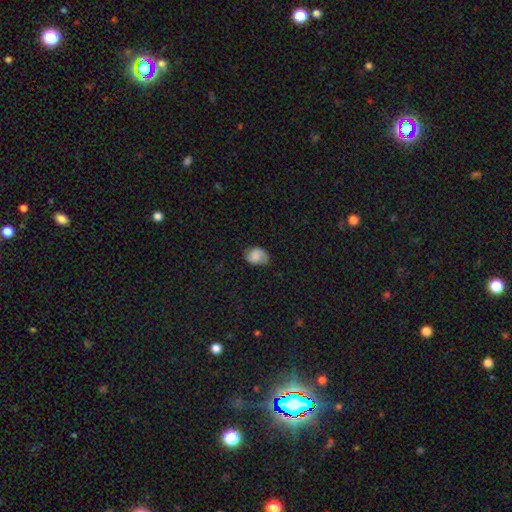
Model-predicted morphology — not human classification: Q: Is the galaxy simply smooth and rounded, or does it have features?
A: smooth — 64%.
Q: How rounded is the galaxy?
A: in between — 68%.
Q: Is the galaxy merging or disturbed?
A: none — 61%.